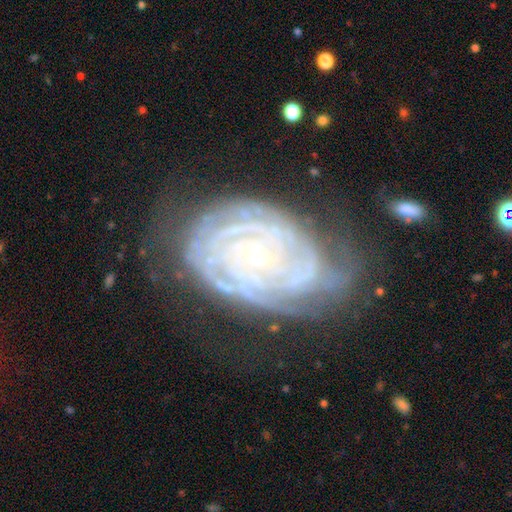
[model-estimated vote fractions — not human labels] The model was most divided on "spiral arm count": can't tell: 29%, 4: 21%, 3: 16%, 2: 15%, more than 4: 12%, 1: 7%. More confident: spiral arms — yes (97%); edge-on disk — no (97%); smooth or featured — featured or disk (89%); spiral winding — tight (85%); bulge size — small (78%); bar — no (67%); merging — none (62%).